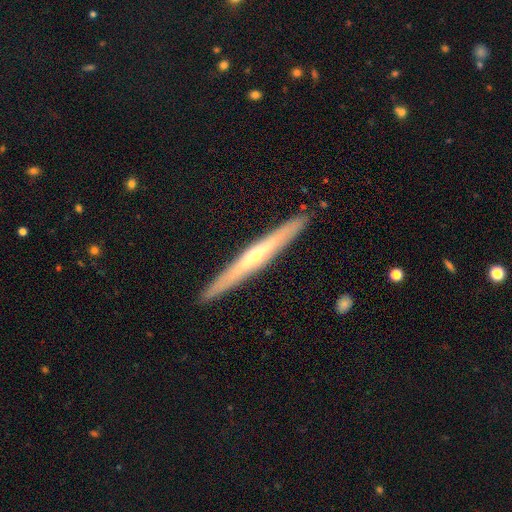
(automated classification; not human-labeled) Morphology: type=featured or disk (69%); edge-on=yes (96%); edge-on bulge=rounded (70%); merging=none (92%).